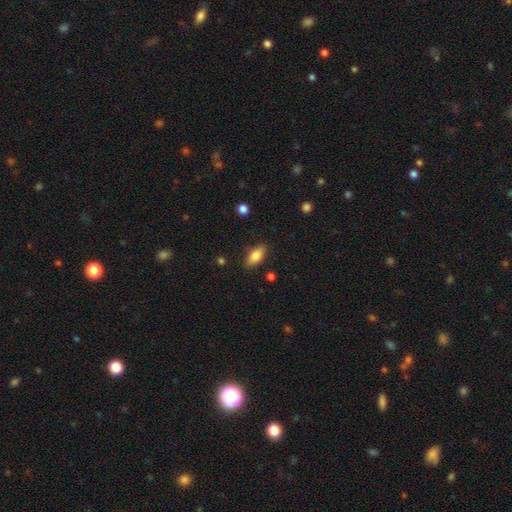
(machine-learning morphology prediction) smooth 82%, featured or disk 11%, star or artifact 7%. Down the decision tree: how rounded — in between (86%); merging — none (84%).